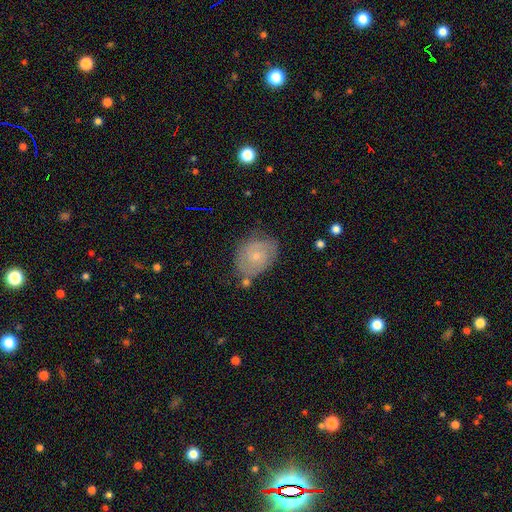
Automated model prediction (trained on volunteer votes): This is possibly a featured or disk galaxy (51%). It is clearly not viewed edge-on (96%). Merging: likely none (65%).